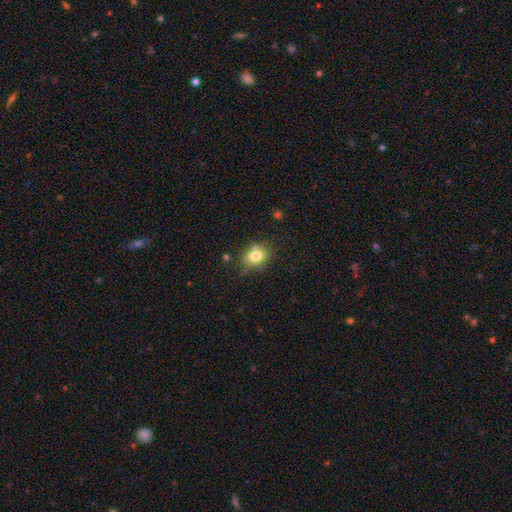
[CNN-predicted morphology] Smooth or featured? Predicted: smooth (p=0.78). How rounded? Predicted: in between (p=0.54). Merging? Predicted: none (p=0.70).